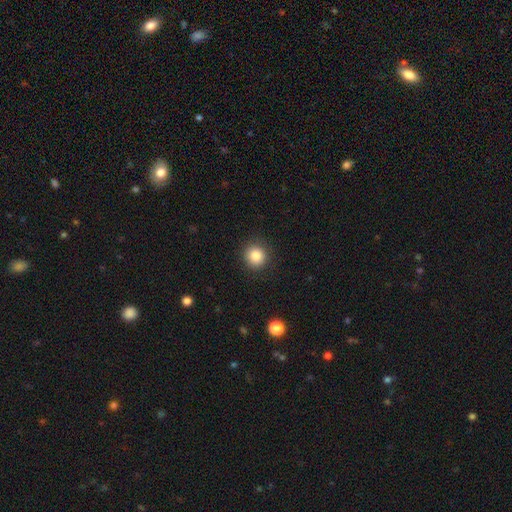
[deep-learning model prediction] Smooth or featured?
  - smooth: 86% *
  - star or artifact: 10%
  - featured or disk: 4%
How rounded?
  - round: 91% *
  - in between: 8%
  - cigar-shaped: 1%
Merging?
  - none: 90% *
  - minor disturbance: 7%
  - major disturbance: 2%
  - merger: 1%